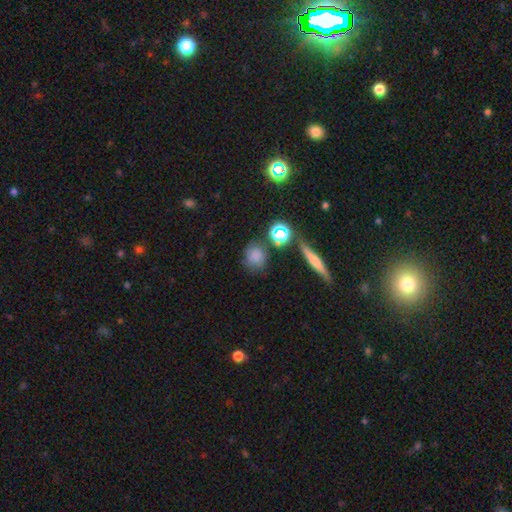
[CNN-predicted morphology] smooth-or-featured: smooth: 74% | star or artifact: 15% | featured or disk: 11%
  how-rounded: round: 79% | in between: 18% | cigar-shaped: 4%
  merging: none: 69% | minor disturbance: 15% | merger: 10% | major disturbance: 6%